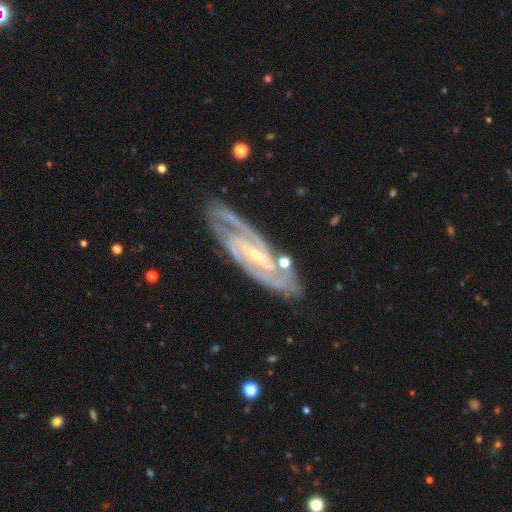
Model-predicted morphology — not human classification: Smooth or featured? featured or disk (91%)
Edge-on disk? no (91%)
Bar? strong (43%)
Spiral arms? yes (98%)
Spiral winding? tight (56%)
Spiral arm count? 2 (75%)
Bulge size? small (77%)
Merging? none (79%)